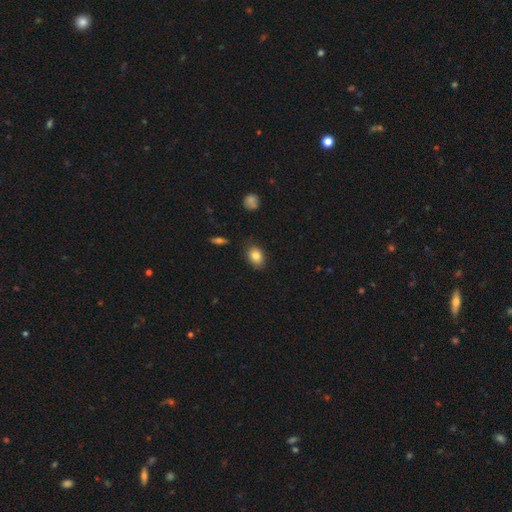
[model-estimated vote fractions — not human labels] Morphology: type=smooth (84%); roundness=in between (79%); merging=none (82%).